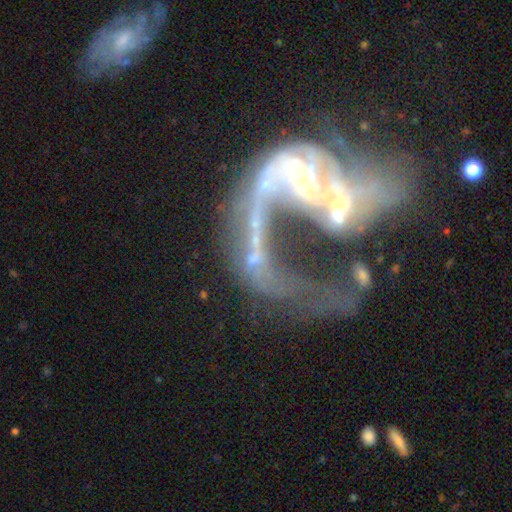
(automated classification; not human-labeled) Smooth or featured: featured or disk — 78% (star or artifact — 11%)
Edge-on disk: no — 96% (yes — 4%)
Bar: no — 55% (weak — 28%)
Spiral arms: yes — 69% (no — 31%)
Spiral winding: loose — 72% (medium — 20%)
Spiral arm count: 2 — 38% (1 — 27%)
Bulge size: small — 40% (moderate — 31%)
Merging: merger — 57% (major disturbance — 28%)